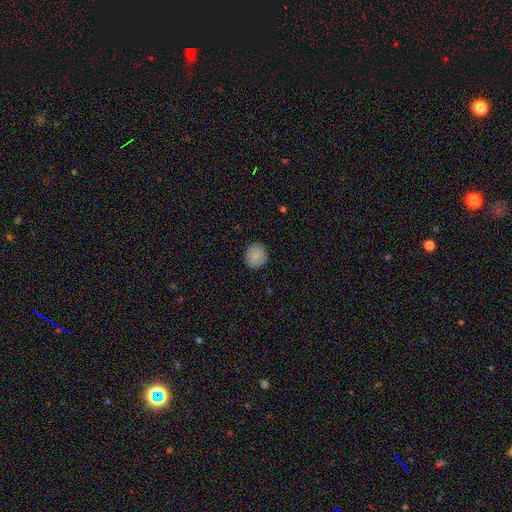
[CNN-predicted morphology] type=smooth (87%); roundness=round (86%); merging=none (88%).